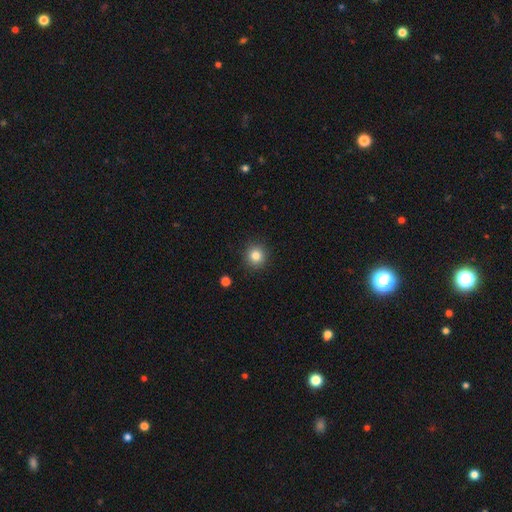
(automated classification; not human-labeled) A smooth galaxy with no disk features (83%) that is round (92%). Merging: none (91%).